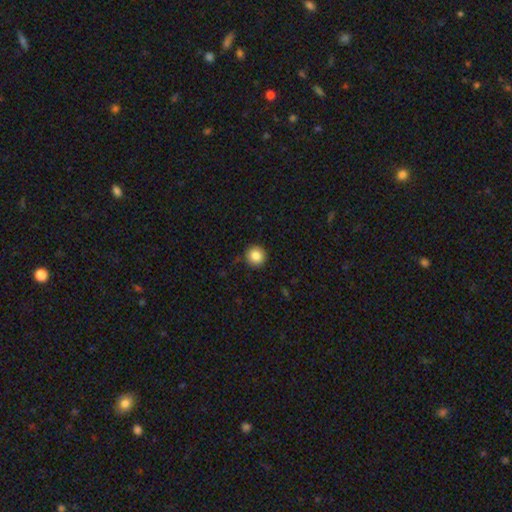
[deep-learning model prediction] A smooth galaxy with no disk features (85%) that is round (94%).

Vote fractions:
- Smooth or featured? smooth: 85% / star or artifact: 9% / featured or disk: 5%
- How rounded? round: 94% / in between: 5% / cigar-shaped: 1%
- Merging? none: 90% / minor disturbance: 7% / major disturbance: 2% / merger: 1%